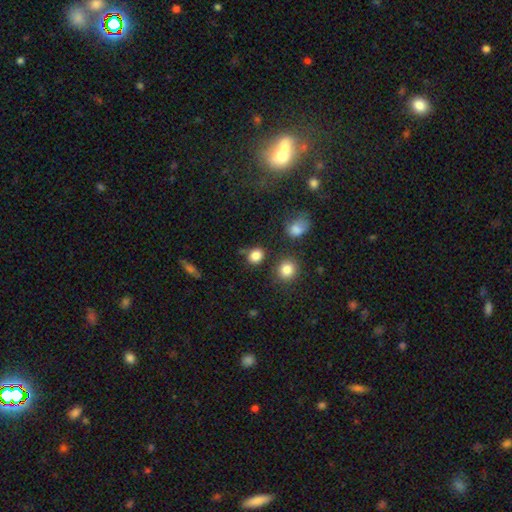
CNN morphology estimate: Overall: smooth (84%). How rounded: round (69%; in between 30%). Merging: none (73%).